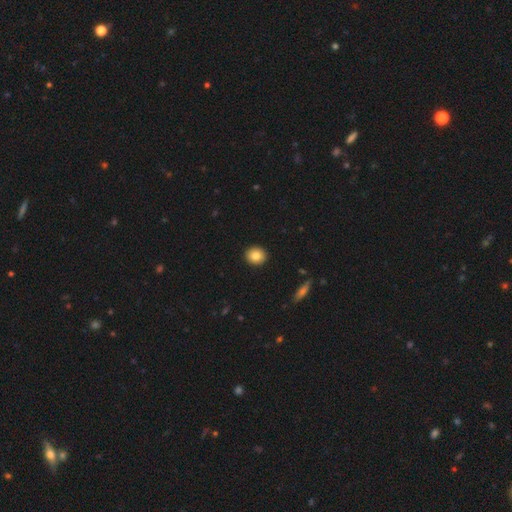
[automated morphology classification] A smooth galaxy with no disk features (83%) that is round (79%). Merging: none (92%).